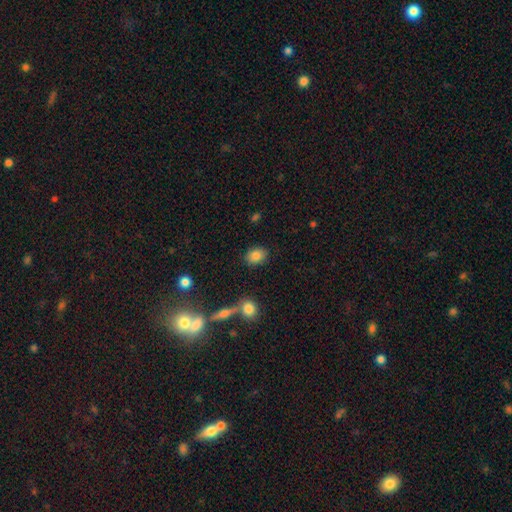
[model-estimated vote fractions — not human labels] Overall: smooth (83%). How rounded: in between (66%; round 32%). Merging: none (84%).